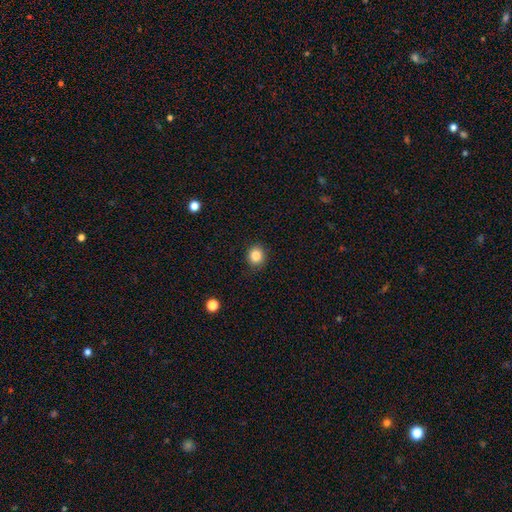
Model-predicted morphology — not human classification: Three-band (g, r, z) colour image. It shows a smooth galaxy with no disk features (86%) that is round (80%). Merging: none (87%).